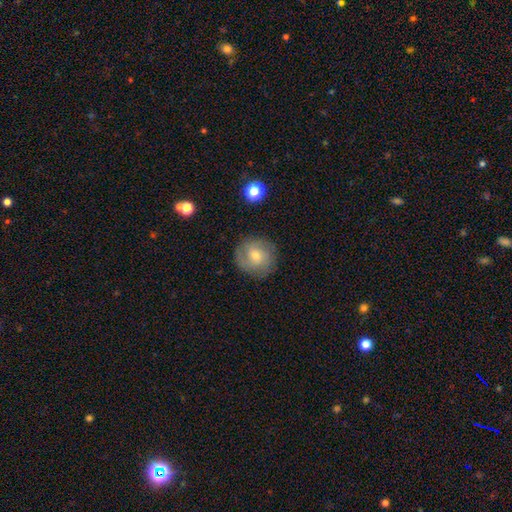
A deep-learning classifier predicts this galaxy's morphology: Q: Smooth or featured?
A: featured or disk (49%); runner-up: smooth (41%)
Q: Merging?
A: none (84%); runner-up: minor disturbance (11%)